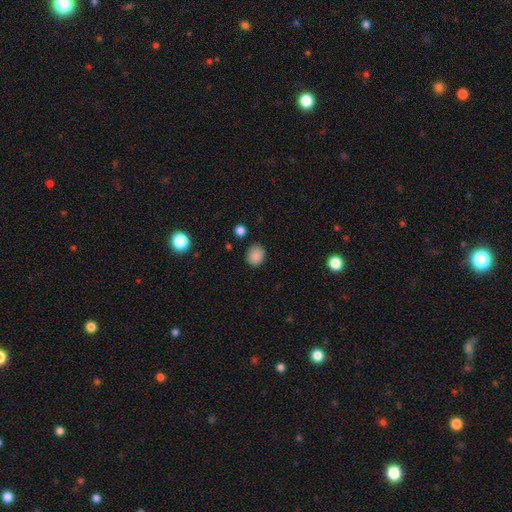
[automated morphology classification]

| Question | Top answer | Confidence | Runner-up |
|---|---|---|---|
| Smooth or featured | smooth | 86% | star or artifact (10%) |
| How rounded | round | 61% | in between (38%) |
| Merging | none | 82% | minor disturbance (13%) |